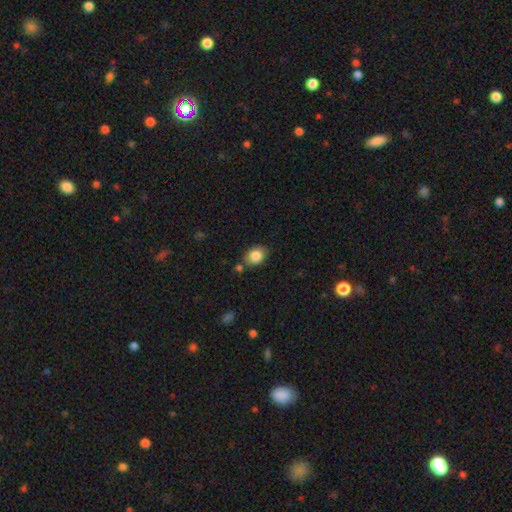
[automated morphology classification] type=smooth (84%); roundness=in between (67%); merging=none (75%).